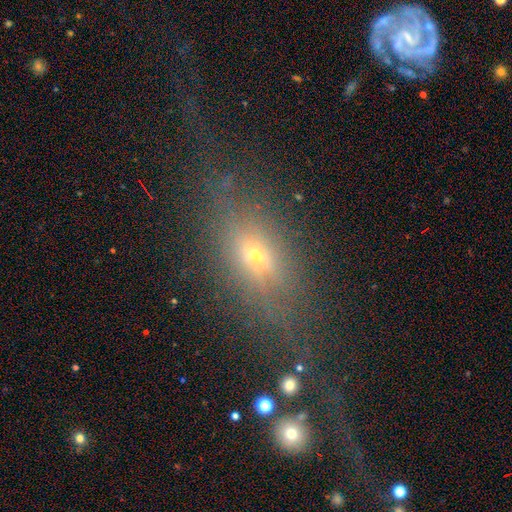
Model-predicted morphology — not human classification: A smooth galaxy with no disk features (44%). Merging: none (68%).